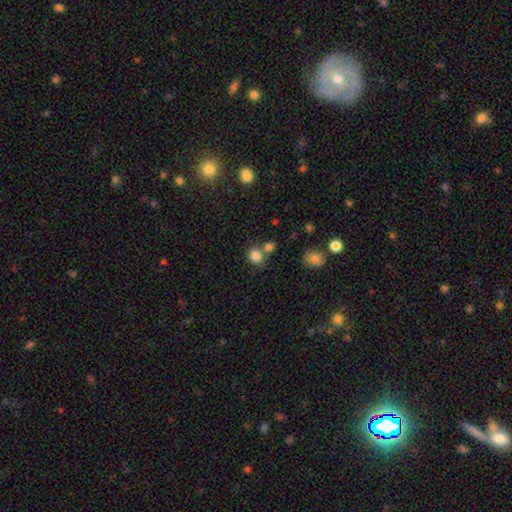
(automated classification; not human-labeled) Smooth or featured? Predicted: smooth (p=0.83). How rounded? Predicted: round (p=0.76). Merging? Predicted: none (p=0.59).